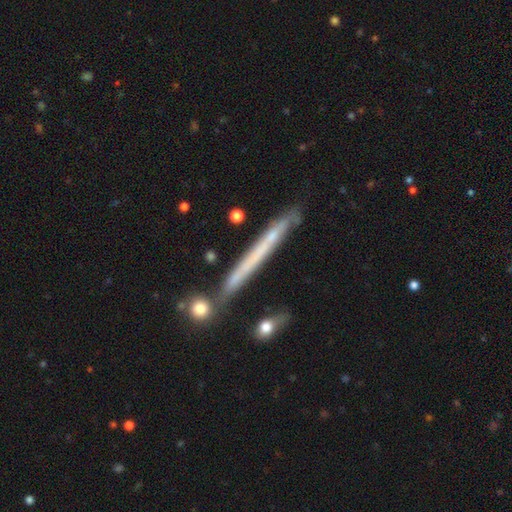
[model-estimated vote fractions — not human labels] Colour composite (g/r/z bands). It shows a featured or disk galaxy (53%) viewed edge-on (93%). Merging: none (81%).